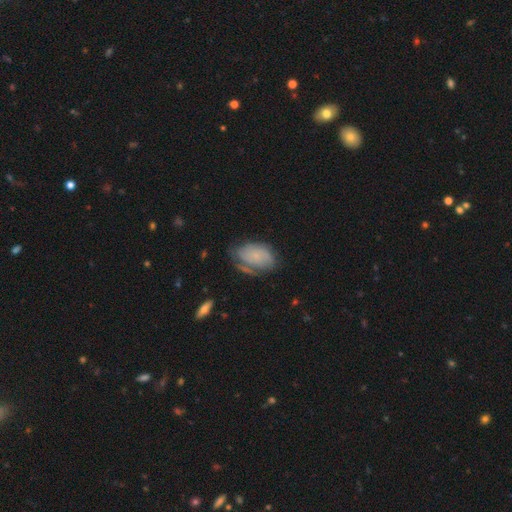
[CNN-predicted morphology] Q: Smooth or featured?
A: smooth (48%); runner-up: featured or disk (44%)
Q: Merging?
A: none (49%); runner-up: minor disturbance (29%)